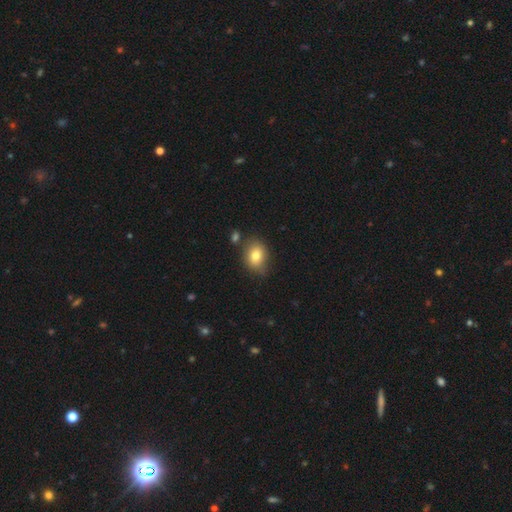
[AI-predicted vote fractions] A smooth galaxy with no disk features (79%) that is in between round and cigar-shaped (63%).

Vote fractions:
- Smooth or featured? smooth: 79% / featured or disk: 11% / star or artifact: 9%
- How rounded? in between: 63% / round: 36% / cigar-shaped: 1%
- Merging? none: 72% / minor disturbance: 17% / merger: 7% / major disturbance: 4%